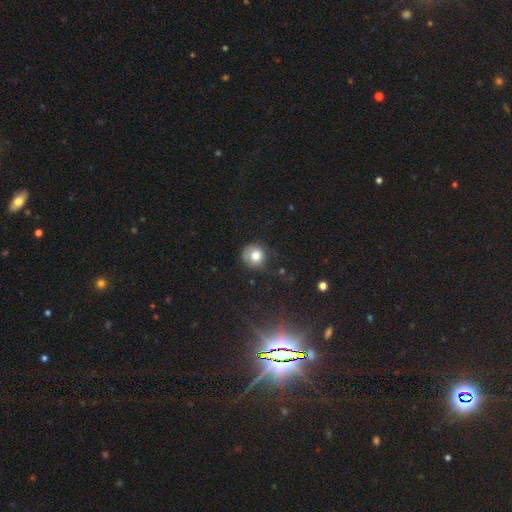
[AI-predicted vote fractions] Smooth or featured? Predicted: smooth (p=0.76). How rounded? Predicted: round (p=0.89). Merging? Predicted: none (p=0.63).